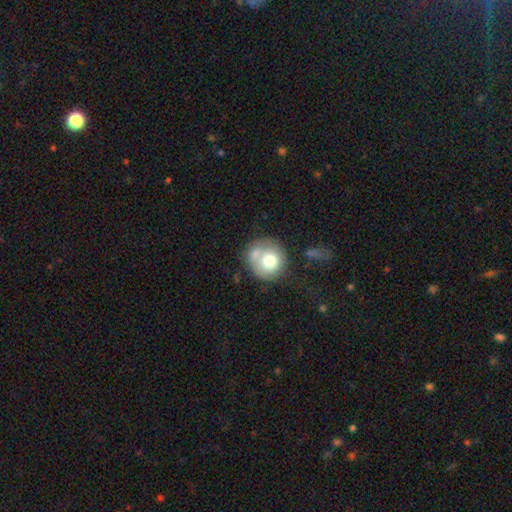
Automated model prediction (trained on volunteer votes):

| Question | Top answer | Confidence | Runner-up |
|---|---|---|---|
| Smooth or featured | smooth | 68% | featured or disk (24%) |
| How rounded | round | 86% | in between (13%) |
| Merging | none | 45% | merger (33%) |